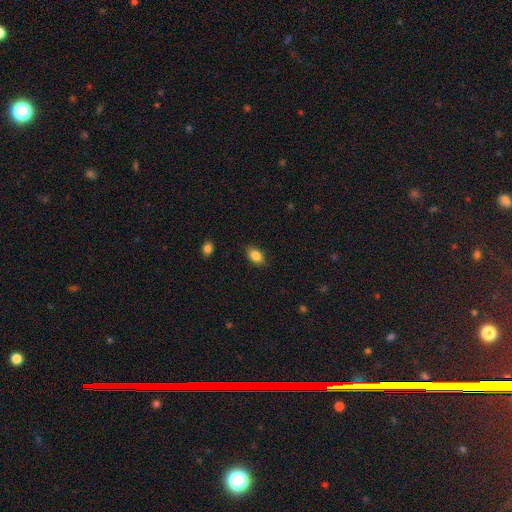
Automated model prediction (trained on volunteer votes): A smooth galaxy with no disk features (85%) that is in between round and cigar-shaped (86%). Merging: none (86%).